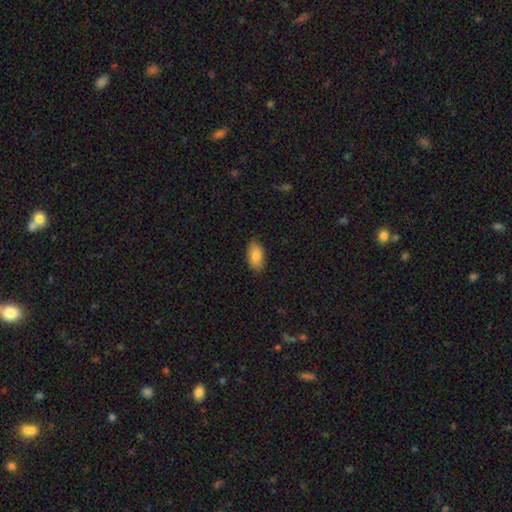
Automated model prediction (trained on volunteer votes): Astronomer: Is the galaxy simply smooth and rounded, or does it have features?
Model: smooth — 85%.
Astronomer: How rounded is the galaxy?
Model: in between — 94%.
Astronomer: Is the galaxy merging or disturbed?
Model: none — 85%.